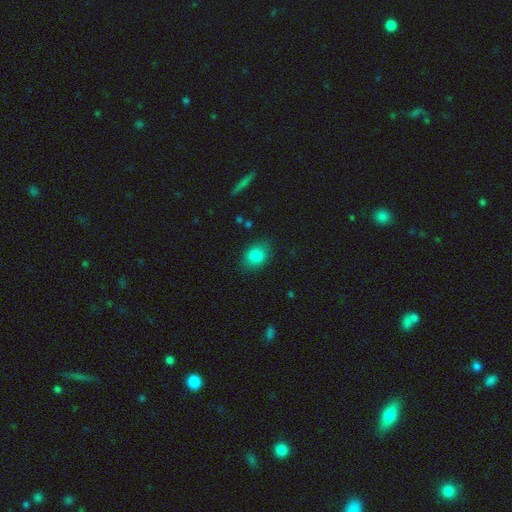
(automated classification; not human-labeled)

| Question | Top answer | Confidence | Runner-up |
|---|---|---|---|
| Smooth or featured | smooth | 84% | star or artifact (9%) |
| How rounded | in between | 64% | round (35%) |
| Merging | none | 79% | minor disturbance (16%) |